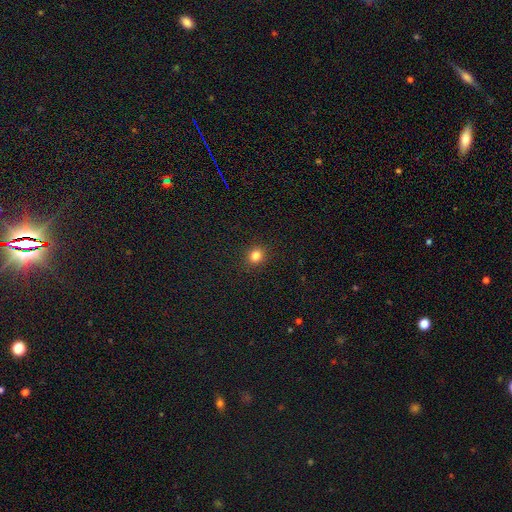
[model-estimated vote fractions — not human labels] Smooth or featured: smooth — 83% (star or artifact — 13%)
How rounded: round — 80% (in between — 19%)
Merging: none — 91% (minor disturbance — 6%)